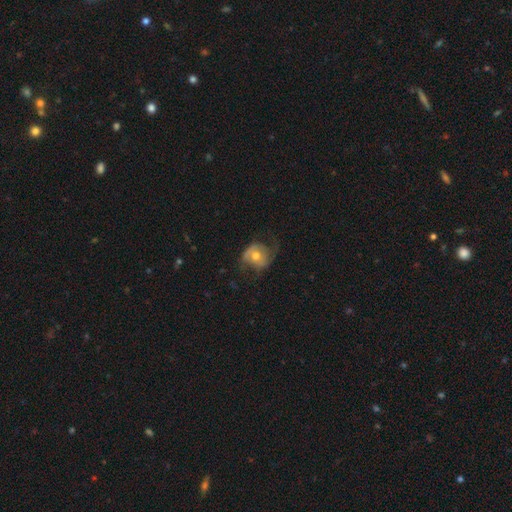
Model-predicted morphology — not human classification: A featured or disk galaxy (54%) with no bar (73%), spiral arms (69%) and a moderate central bulge (75%). Merging: none (44%).